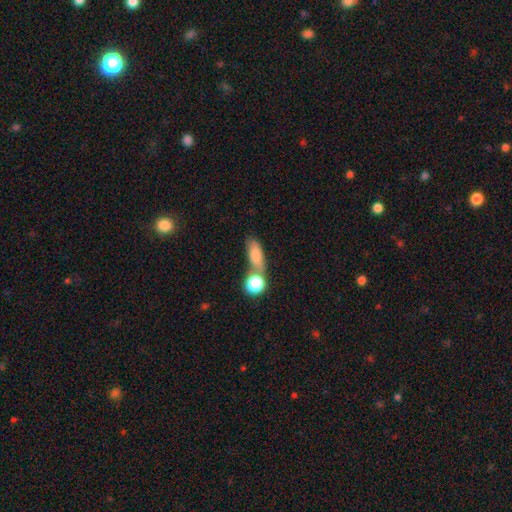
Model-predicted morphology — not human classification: Smooth or featured? Predicted: smooth (p=0.78). How rounded? Predicted: in between (p=0.65). Merging? Predicted: none (p=0.48).